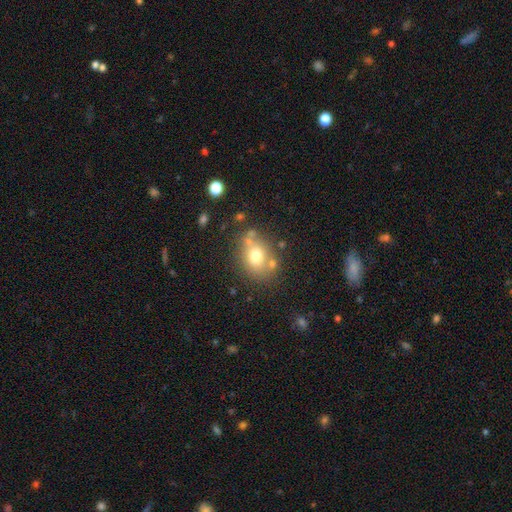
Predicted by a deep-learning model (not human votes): smooth 69%, featured or disk 19%, star or artifact 12%. Down the decision tree: how rounded — in between (50%); merging — none (64%).